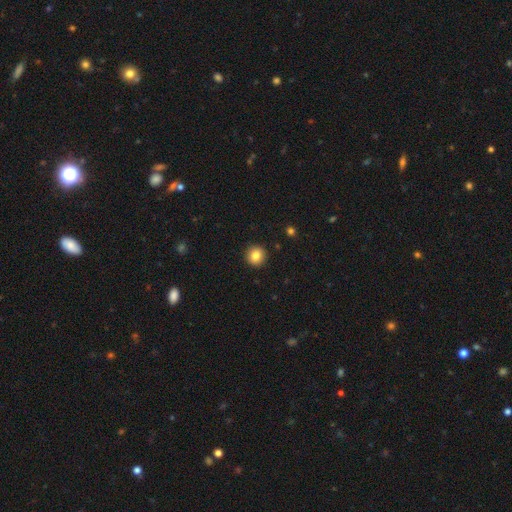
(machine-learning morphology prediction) This appears to be a smooth galaxy with no disk features (83%) that is round (95%). Merging: none (93%).